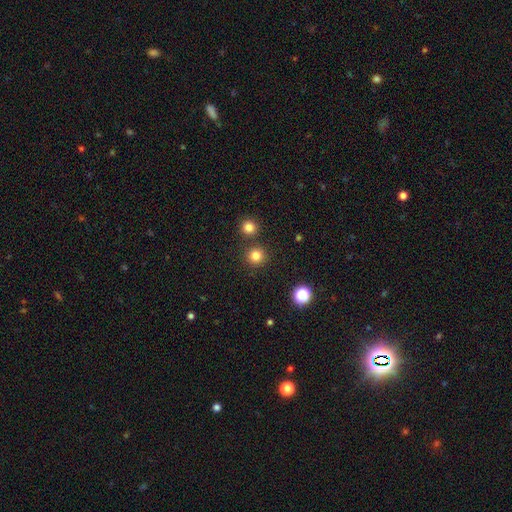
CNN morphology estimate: smooth 81%, star or artifact 15%, featured or disk 5%. Down the decision tree: how rounded — round (94%); merging — none (86%).